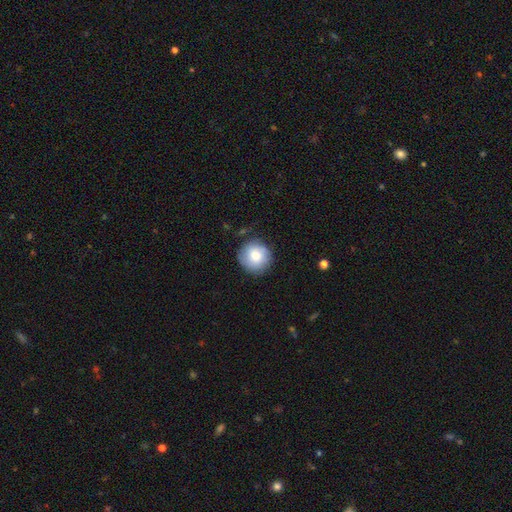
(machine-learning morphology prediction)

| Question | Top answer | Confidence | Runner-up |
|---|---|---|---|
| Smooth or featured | smooth | 77% | featured or disk (15%) |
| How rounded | round | 94% | in between (5%) |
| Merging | none | 79% | minor disturbance (15%) |